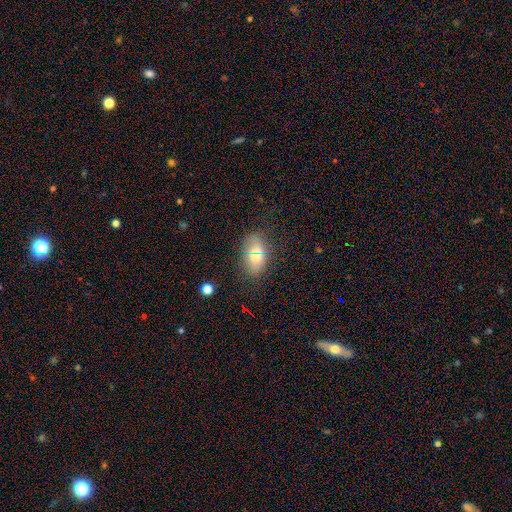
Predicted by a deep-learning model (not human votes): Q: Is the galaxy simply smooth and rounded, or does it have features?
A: smooth — 68%.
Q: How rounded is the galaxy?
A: in between — 89%.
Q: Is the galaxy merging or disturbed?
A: none — 73%.